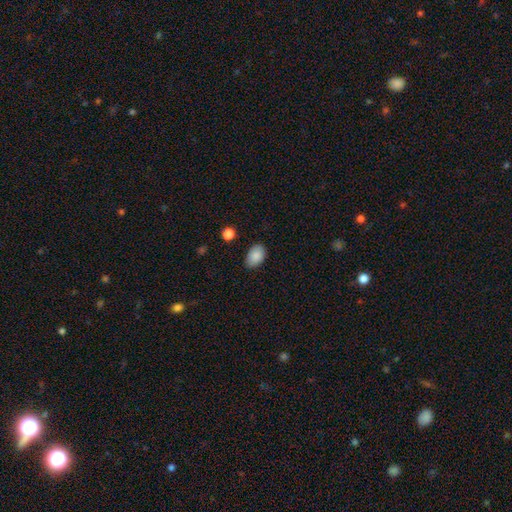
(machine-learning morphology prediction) Overall: smooth (89%). How rounded: in between (89%). Merging: none (82%).